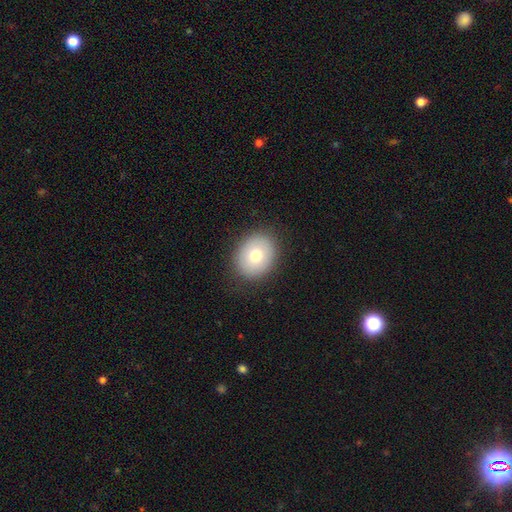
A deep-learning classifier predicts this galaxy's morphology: This appears to be a smooth galaxy with no disk features (73%) that is round (58%). Merging: none (88%).